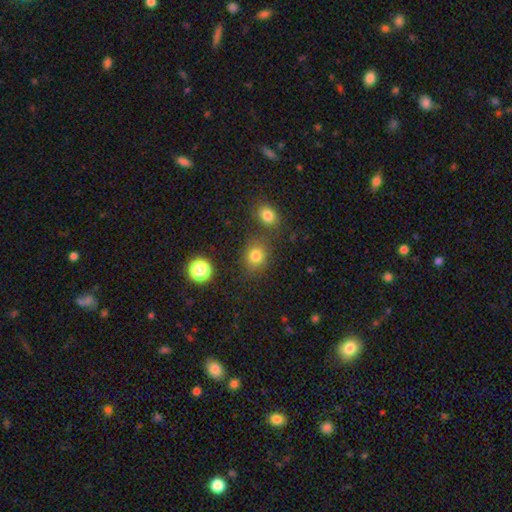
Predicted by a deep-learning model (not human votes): smooth 77%, star or artifact 16%, featured or disk 6%. Down the decision tree: how rounded — round (74%); merging — none (74%).